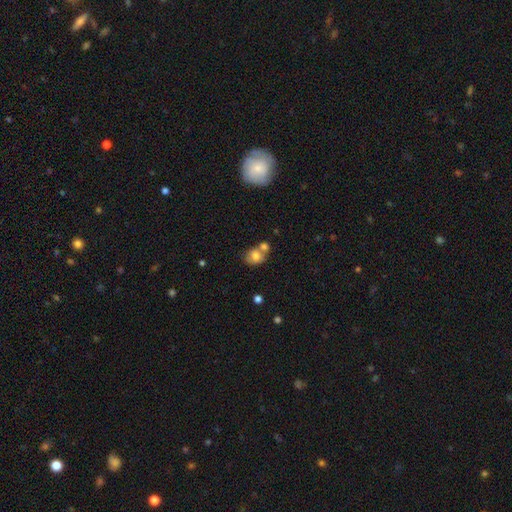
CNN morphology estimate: smooth-or-featured: smooth: 73% | featured or disk: 17% | star or artifact: 9%
  how-rounded: round: 57% | in between: 42% | cigar-shaped: 1%
  merging: merger: 46% | none: 38% | minor disturbance: 12% | major disturbance: 4%